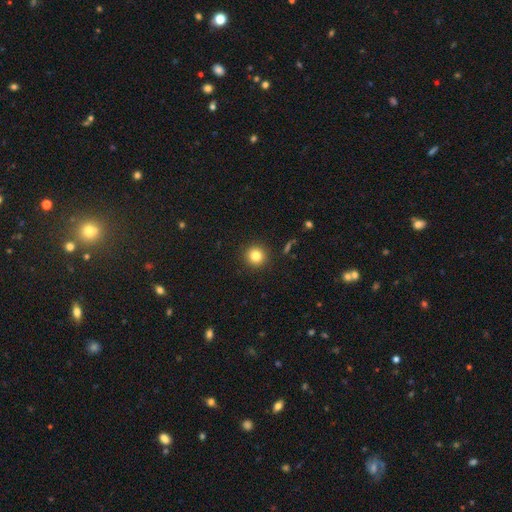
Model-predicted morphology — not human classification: Smooth or featured? Predicted: smooth (p=0.82). How rounded? Predicted: round (p=0.94). Merging? Predicted: none (p=0.91).